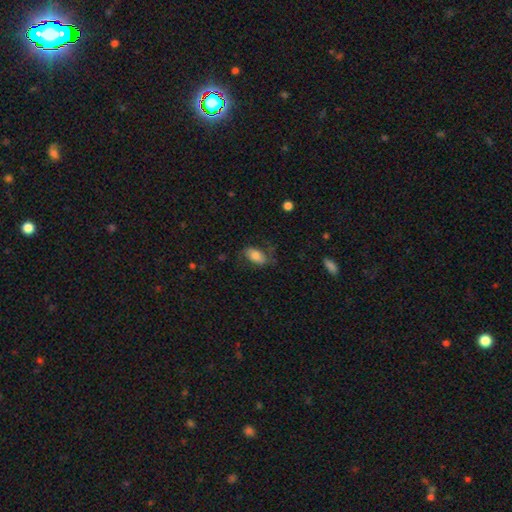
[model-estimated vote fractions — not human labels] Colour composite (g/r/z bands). It shows a smooth galaxy with no disk features (67%) that is in between round and cigar-shaped (91%). Merging: none (61%).